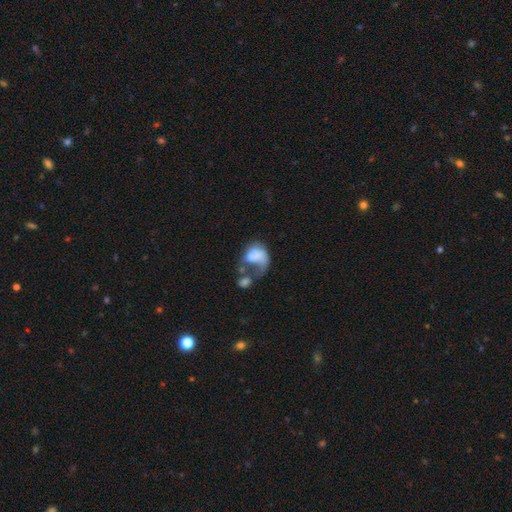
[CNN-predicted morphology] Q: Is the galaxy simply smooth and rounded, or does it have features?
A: smooth — 51%.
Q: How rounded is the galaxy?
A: in between — 72%.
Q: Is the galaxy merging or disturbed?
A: major disturbance — 42%.